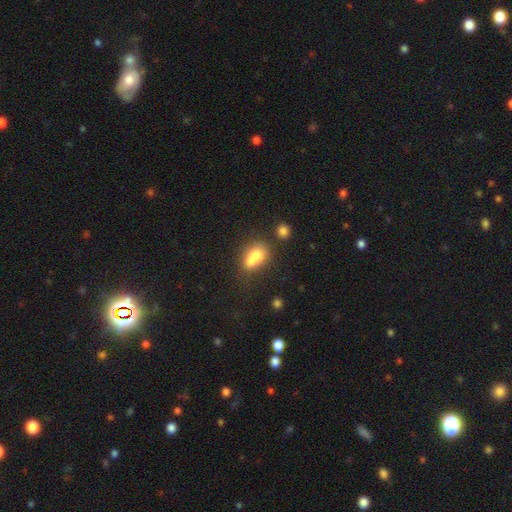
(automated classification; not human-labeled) The model was most divided on "merging": merger: 55%, none: 27%, minor disturbance: 12%, major disturbance: 6%. More confident: smooth or featured — smooth (70%); how rounded — in between (63%).